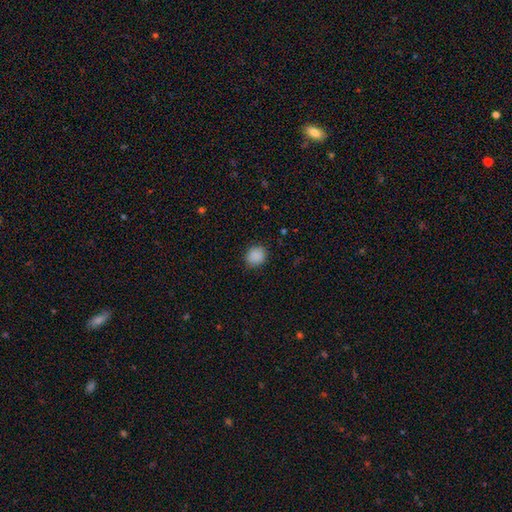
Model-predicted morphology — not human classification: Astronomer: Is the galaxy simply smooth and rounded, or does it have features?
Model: smooth — 88%.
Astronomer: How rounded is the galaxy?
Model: round — 79%.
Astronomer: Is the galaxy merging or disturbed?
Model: none — 87%.